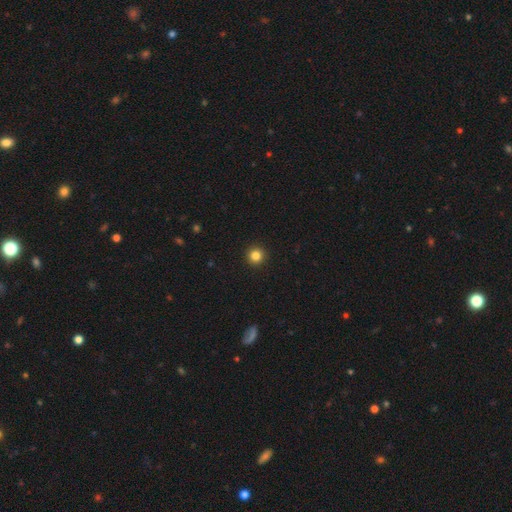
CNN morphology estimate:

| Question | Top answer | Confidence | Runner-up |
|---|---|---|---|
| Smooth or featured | smooth | 84% | star or artifact (12%) |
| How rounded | round | 96% | in between (3%) |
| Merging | none | 94% | minor disturbance (4%) |